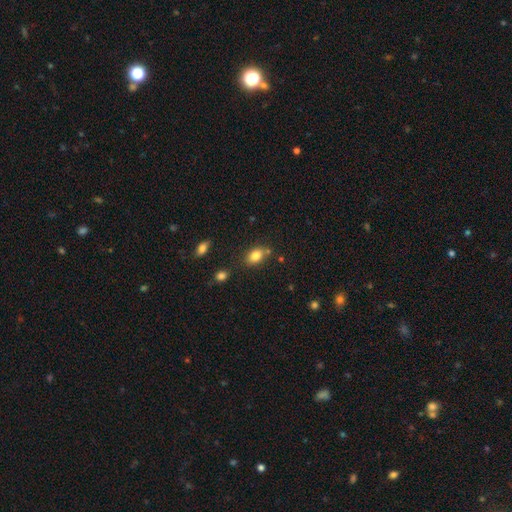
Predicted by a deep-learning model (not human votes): Morphology: type=smooth (82%); roundness=in between (78%); merging=none (70%).